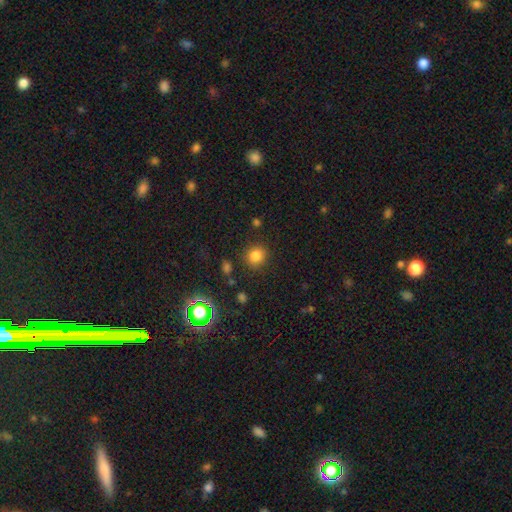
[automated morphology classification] Q: Smooth or featured?
A: smooth (81%); runner-up: star or artifact (14%)
Q: How rounded?
A: round (85%); runner-up: in between (14%)
Q: Merging?
A: none (85%); runner-up: minor disturbance (9%)